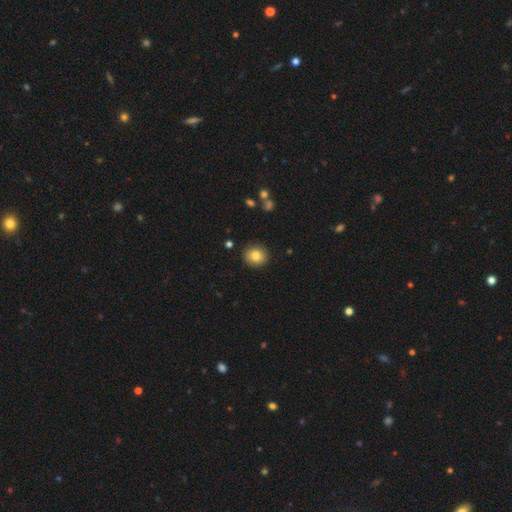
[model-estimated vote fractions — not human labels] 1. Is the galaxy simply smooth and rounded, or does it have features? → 81% smooth, 9% star or artifact, 9% featured or disk.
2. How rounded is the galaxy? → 84% round, 15% in between, 1% cigar-shaped.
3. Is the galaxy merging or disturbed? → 91% none, 6% minor disturbance, 2% major disturbance, 1% merger.